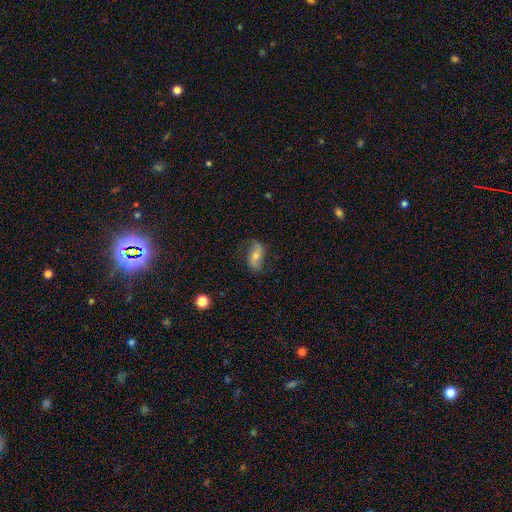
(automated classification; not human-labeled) smooth-or-featured: featured or disk: 55% | smooth: 35% | star or artifact: 10%
  disk-edge-on: no: 91% | yes: 9%
  merging: none: 73% | minor disturbance: 18% | major disturbance: 7% | merger: 1%